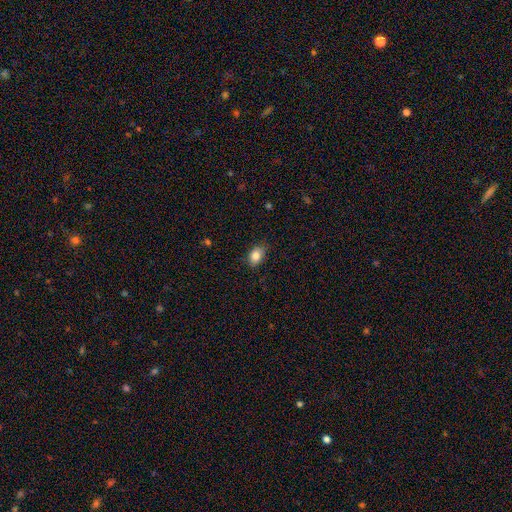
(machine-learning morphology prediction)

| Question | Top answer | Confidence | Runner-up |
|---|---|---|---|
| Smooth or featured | smooth | 84% | star or artifact (9%) |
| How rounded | in between | 81% | round (17%) |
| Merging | none | 79% | minor disturbance (17%) |